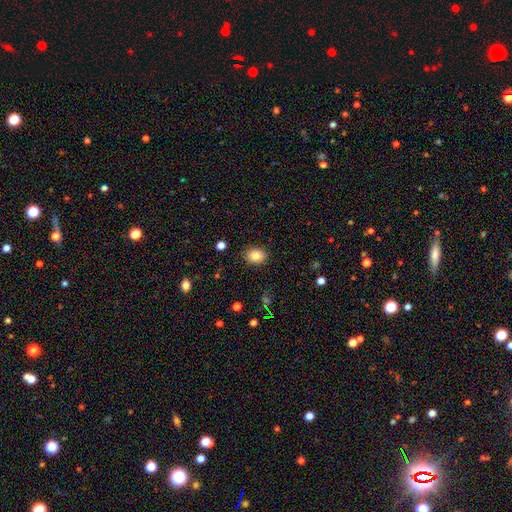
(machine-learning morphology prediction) smooth 85%, star or artifact 10%, featured or disk 5%. Down the decision tree: how rounded — in between (50%); merging — none (88%).